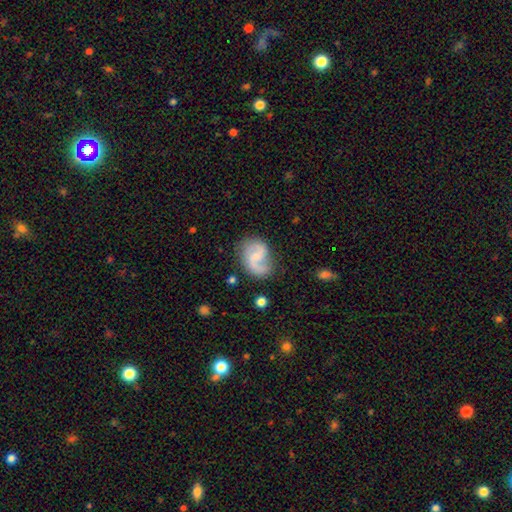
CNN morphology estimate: Smooth or featured? Predicted: featured or disk (p=0.79). Edge-on disk? Predicted: no (p=0.98). Bar? Predicted: no (p=0.47). Spiral arms? Predicted: yes (p=0.94). Spiral winding? Predicted: loose (p=0.45). Spiral arm count? Predicted: 2 (p=0.83). Bulge size? Predicted: small (p=0.61). Merging? Predicted: none (p=0.68).